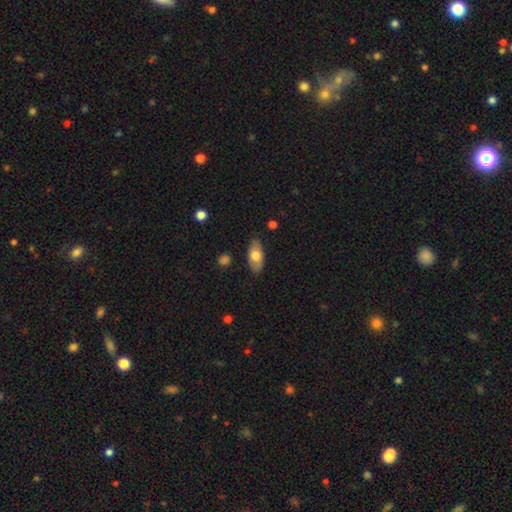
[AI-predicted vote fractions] The model was most divided on "smooth or featured": smooth: 69%, featured or disk: 25%, star or artifact: 6%. More confident: how rounded — in between (88%); merging — none (83%).